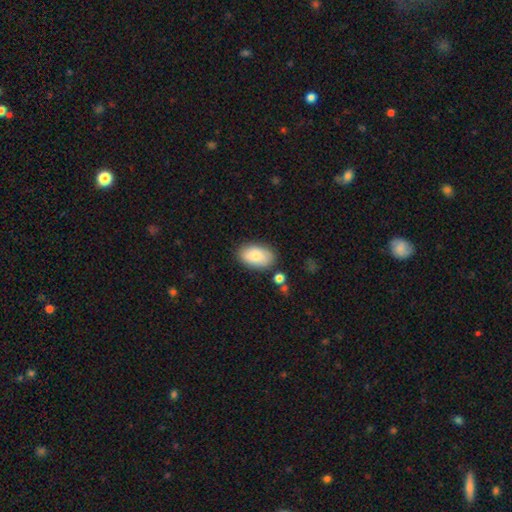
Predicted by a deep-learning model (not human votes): This is clearly a smooth galaxy (82%). How rounded: clearly in between (92%). Merging: clearly none (81%).